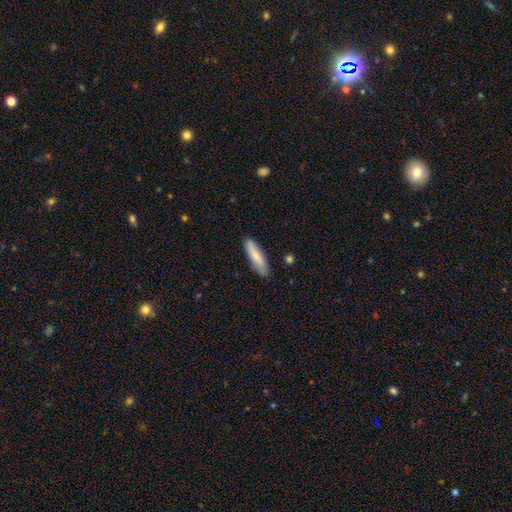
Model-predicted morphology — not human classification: type=smooth (82%); roundness=cigar-shaped (75%); merging=none (84%).